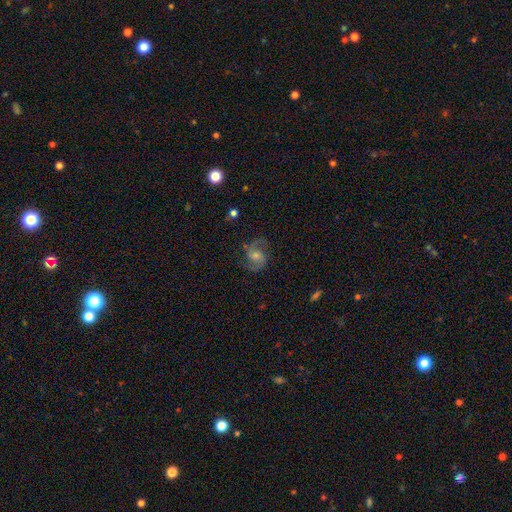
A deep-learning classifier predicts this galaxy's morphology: featured or disk 84%, star or artifact 8%, smooth 8%. Down the decision tree: edge-on disk — no (98%); bar — no (54%); spiral arms — yes (97%); spiral arm count — 2 (89%); spiral winding — medium (58%); bulge size — moderate (48%); merging — none (80%).